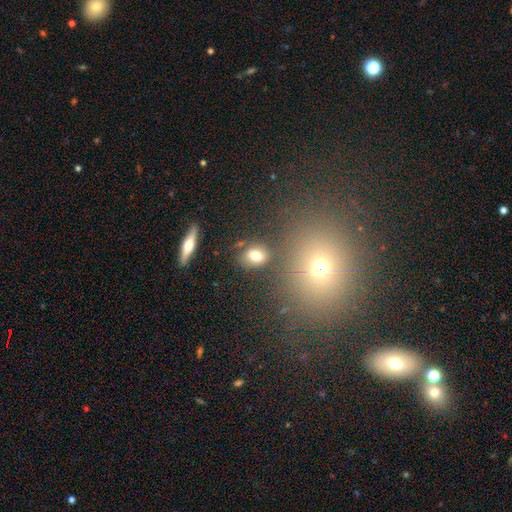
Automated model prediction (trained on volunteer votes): Smooth or featured? smooth (76%)
How rounded? in between (57%)
Merging? none (76%)